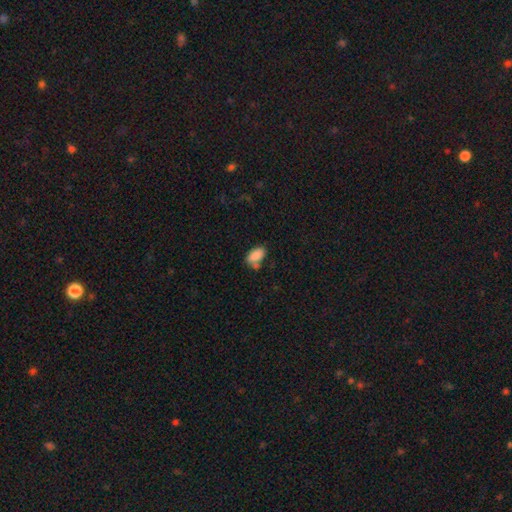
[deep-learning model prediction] Smooth or featured? Predicted: smooth (p=0.86). How rounded? Predicted: in between (p=0.92). Merging? Predicted: none (p=0.56).